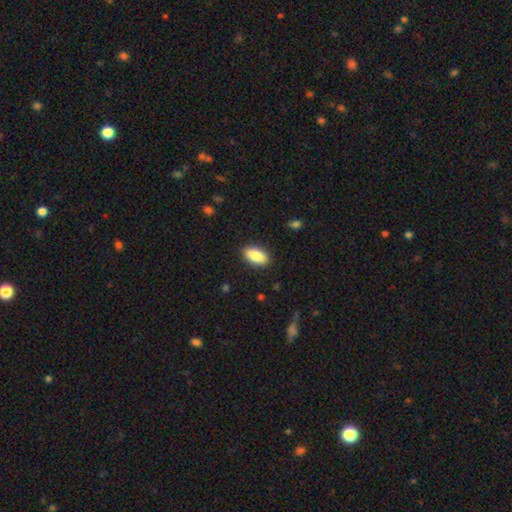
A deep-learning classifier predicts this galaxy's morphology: Overall: smooth (86%). How rounded: in between (89%). Merging: none (88%).